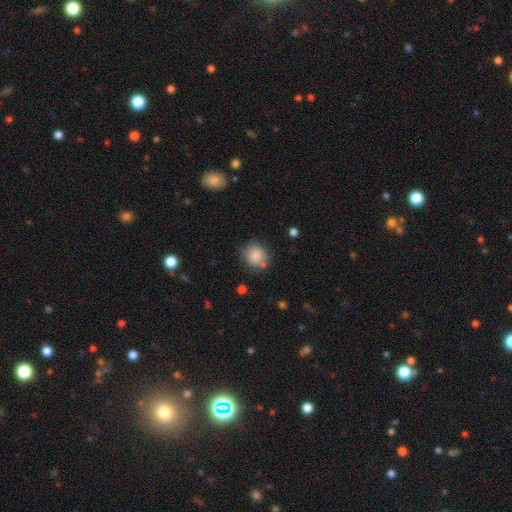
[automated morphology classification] Q: Smooth or featured?
A: smooth (84%); runner-up: star or artifact (9%)
Q: How rounded?
A: round (79%); runner-up: in between (20%)
Q: Merging?
A: none (73%); runner-up: minor disturbance (16%)